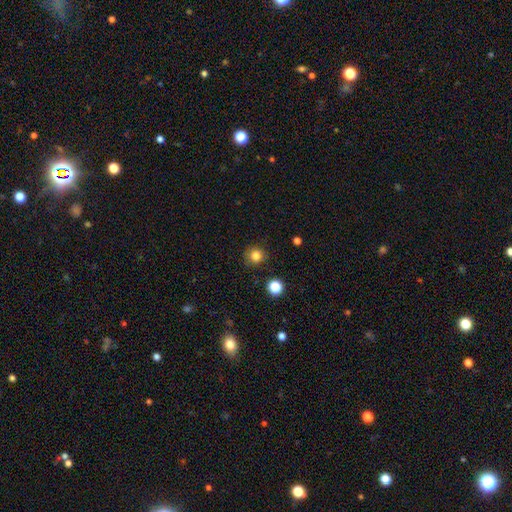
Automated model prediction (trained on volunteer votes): Overall: smooth (82%). How rounded: round (91%). Merging: none (86%).